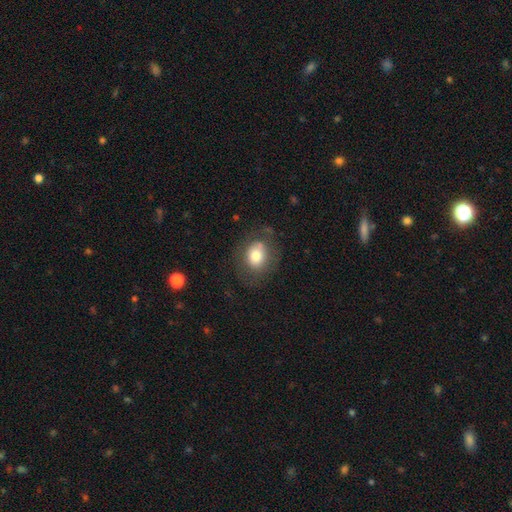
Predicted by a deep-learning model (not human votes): Morphology: type=smooth (74%); roundness=round (52%); merging=none (67%).